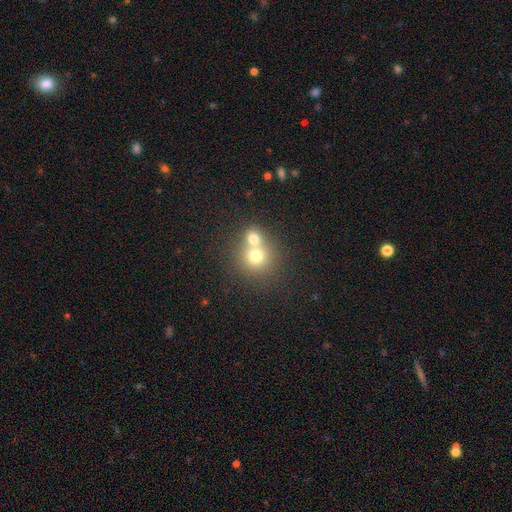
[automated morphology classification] This appears to be a smooth galaxy with no disk features (71%) that is round (84%). Merging: merger (60%).